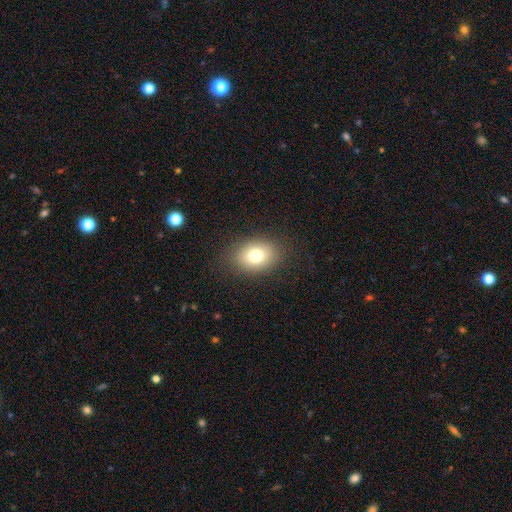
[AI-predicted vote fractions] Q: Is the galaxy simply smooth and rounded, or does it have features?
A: smooth — 77%.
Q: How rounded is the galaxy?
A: in between — 70%.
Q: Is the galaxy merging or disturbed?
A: none — 85%.